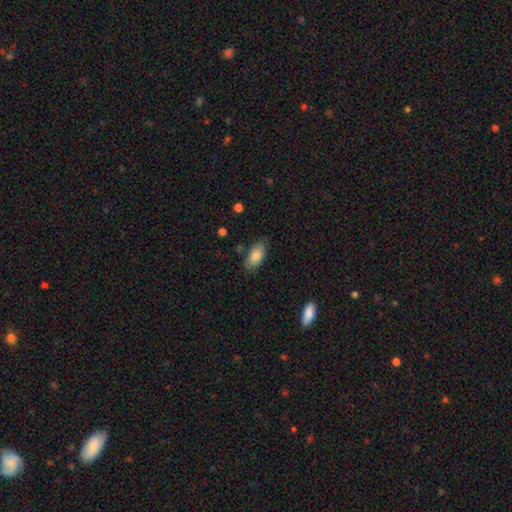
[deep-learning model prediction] smooth_or_featured: smooth (p=0.82) [alt: featured or disk p=0.11]
how_rounded: in between (p=0.91) [alt: cigar-shaped p=0.06]
merging: none (p=0.79) [alt: minor disturbance p=0.16]